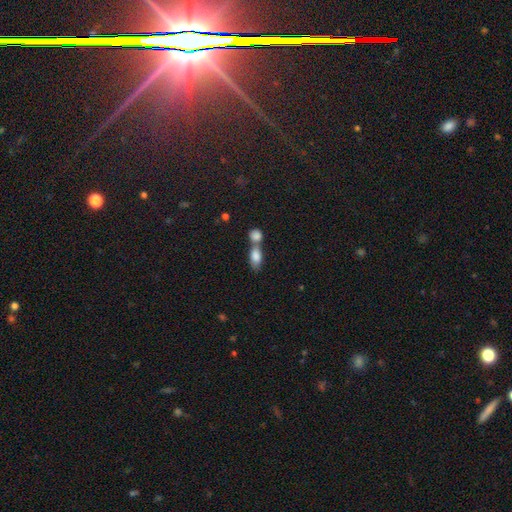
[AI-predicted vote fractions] Overall: smooth (82%). How rounded: in between (81%). Merging: merger (63%; none 26%).